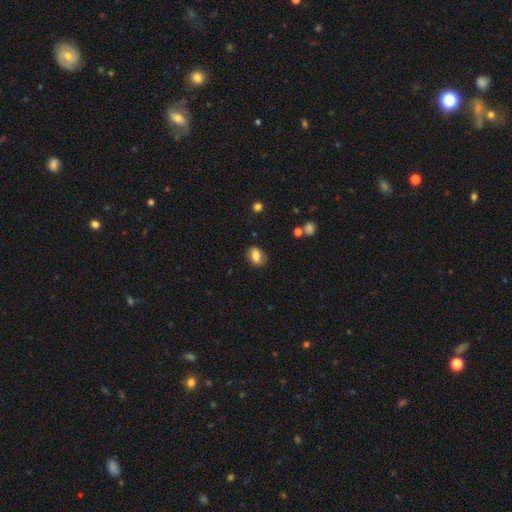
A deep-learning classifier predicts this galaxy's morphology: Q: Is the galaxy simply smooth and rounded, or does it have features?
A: smooth — 79%.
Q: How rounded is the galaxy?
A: in between — 67%.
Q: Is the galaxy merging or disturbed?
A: none — 80%.